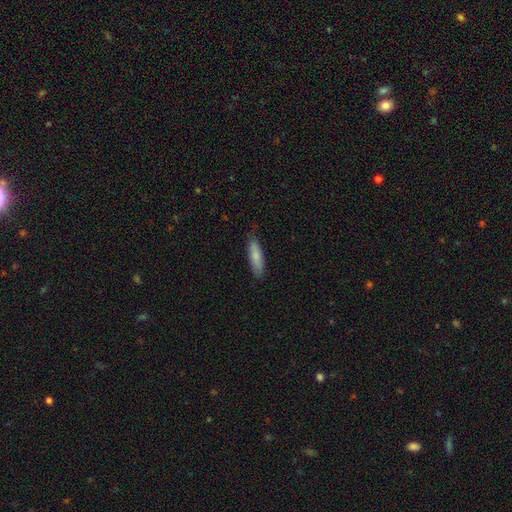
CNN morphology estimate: Overall: smooth (81%). How rounded: cigar-shaped (65%; in between 34%). Merging: none (80%).